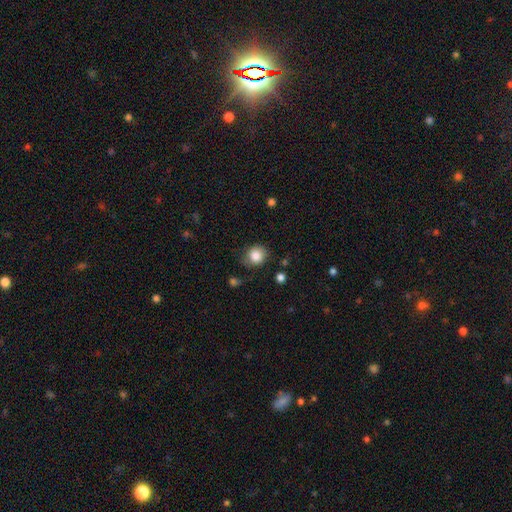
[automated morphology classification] Q: Smooth or featured?
A: smooth (85%); runner-up: star or artifact (9%)
Q: How rounded?
A: round (81%); runner-up: in between (18%)
Q: Merging?
A: none (71%); runner-up: minor disturbance (20%)